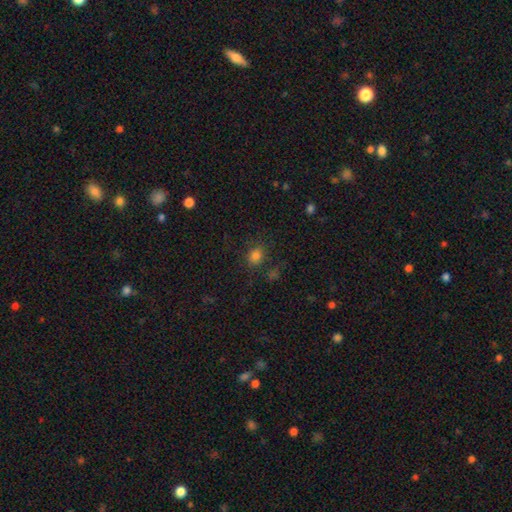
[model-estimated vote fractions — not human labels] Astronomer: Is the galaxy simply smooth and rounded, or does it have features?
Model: smooth — 79%.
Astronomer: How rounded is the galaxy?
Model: round — 70%.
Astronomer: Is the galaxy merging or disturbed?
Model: none — 80%.